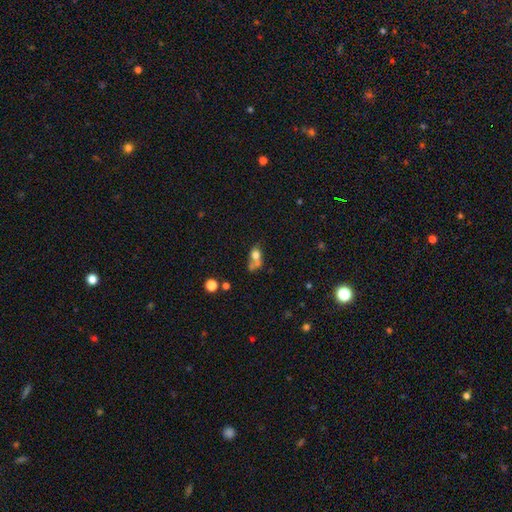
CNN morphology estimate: This is likely a smooth galaxy (66%). How rounded: possibly in between (48%, tied with round). Merging: marginally merger (45%).